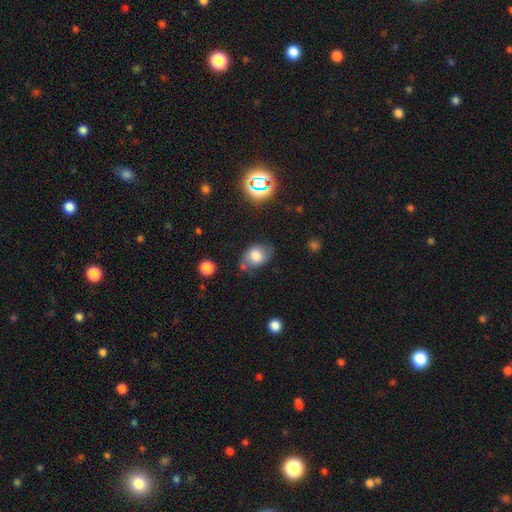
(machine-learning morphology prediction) A smooth galaxy with no disk features (69%) that is in between round and cigar-shaped (76%).

Vote fractions:
- Smooth or featured? smooth: 69% / featured or disk: 19% / star or artifact: 12%
- How rounded? in between: 76% / round: 22% / cigar-shaped: 1%
- Merging? none: 62% / minor disturbance: 24% / merger: 7% / major disturbance: 7%